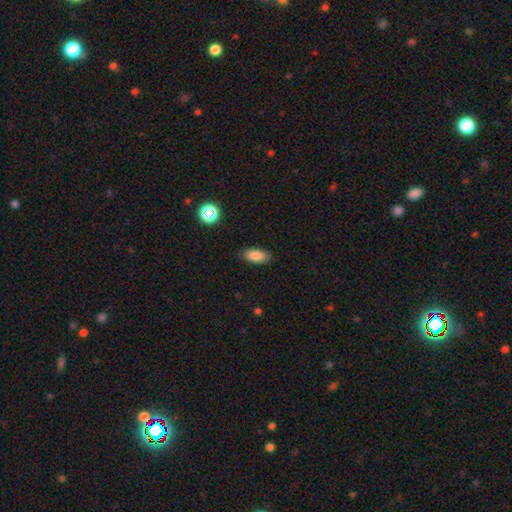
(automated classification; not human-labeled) Q: Smooth or featured?
A: smooth (86%); runner-up: star or artifact (9%)
Q: How rounded?
A: in between (88%); runner-up: cigar-shaped (9%)
Q: Merging?
A: none (87%); runner-up: minor disturbance (10%)